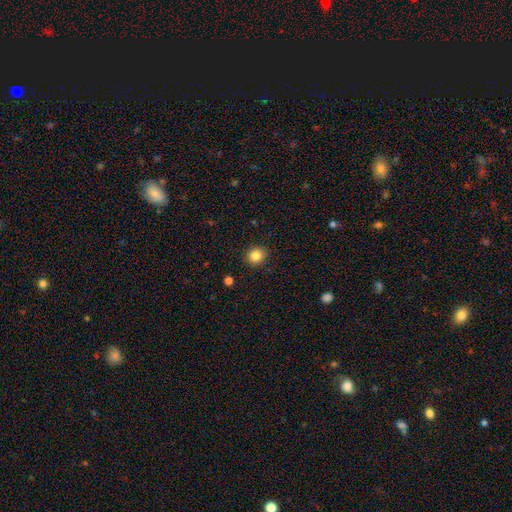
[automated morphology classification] This appears to be a smooth galaxy with no disk features (84%) that is round (84%). Merging: none (90%).